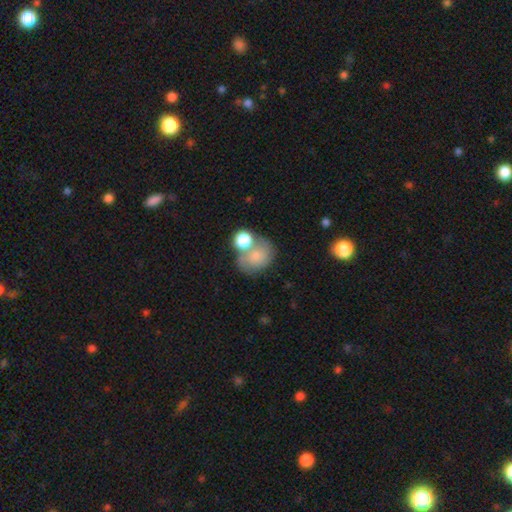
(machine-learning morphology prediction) smooth_or_featured: smooth (p=0.72) [alt: featured or disk p=0.19]
how_rounded: in between (p=0.54) [alt: round p=0.45]
merging: merger (p=0.39) [alt: none p=0.35]